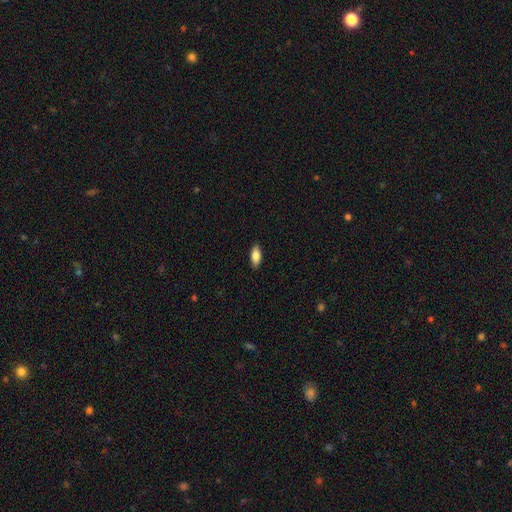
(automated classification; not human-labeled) smooth 83%, featured or disk 10%, star or artifact 7%. Down the decision tree: how rounded — in between (83%); merging — none (88%).